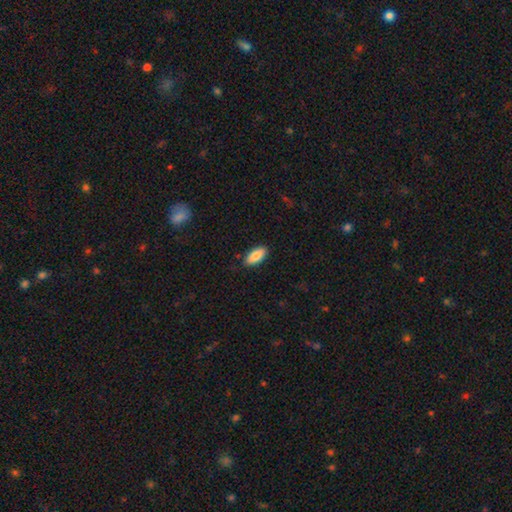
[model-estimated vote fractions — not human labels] A smooth galaxy with no disk features (85%) that is in between round and cigar-shaped (87%). Merging: none (85%).